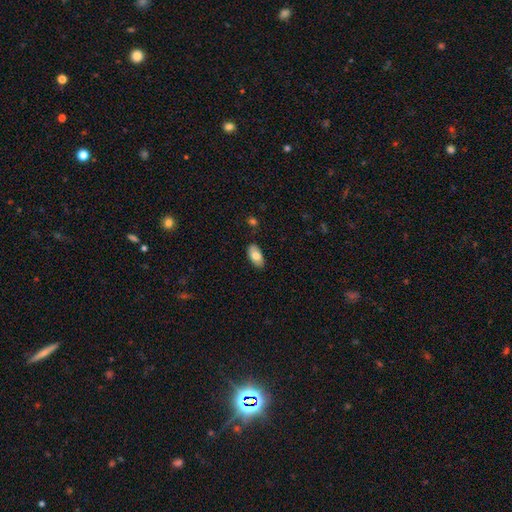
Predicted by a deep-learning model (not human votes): Smooth or featured? smooth (78%)
How rounded? in between (94%)
Merging? none (83%)